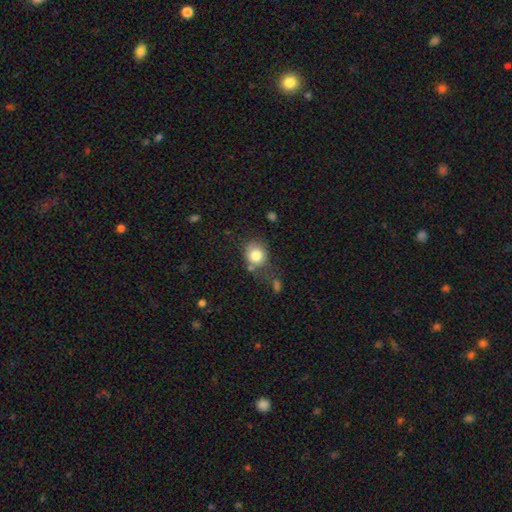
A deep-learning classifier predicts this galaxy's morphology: Smooth or featured? smooth (81%)
How rounded? round (75%)
Merging? none (60%)